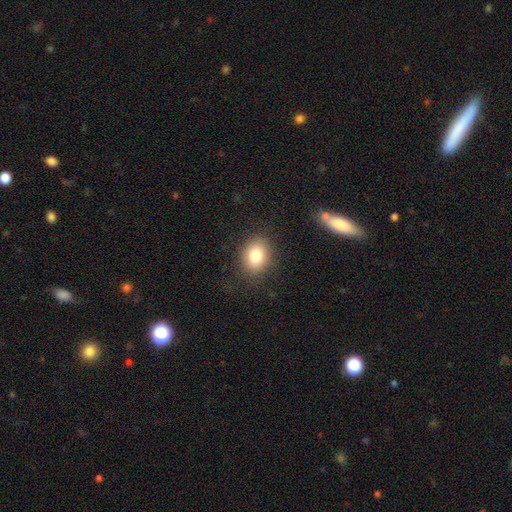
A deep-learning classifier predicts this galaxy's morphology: A smooth galaxy with no disk features (81%) that is in between round and cigar-shaped (53%).

Vote fractions:
- Smooth or featured? smooth: 81% / star or artifact: 10% / featured or disk: 9%
- How rounded? in between: 53% / round: 46% / cigar-shaped: 1%
- Merging? none: 85% / minor disturbance: 10% / major disturbance: 4% / merger: 1%